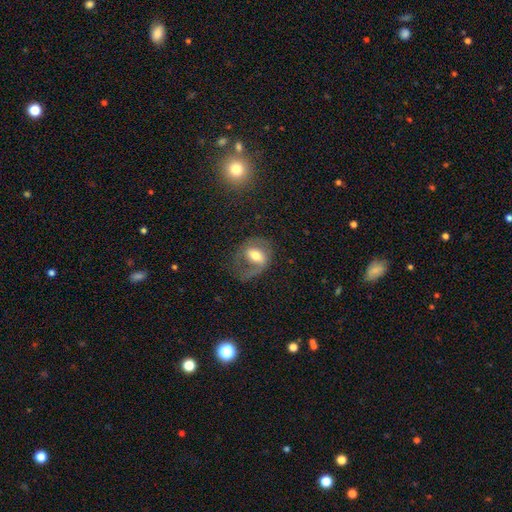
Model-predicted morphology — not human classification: The model was most divided on "bar": weak: 40%, strong: 35%, no: 25%. Remaining: edge-on disk — no (94%); spiral arms — yes (67%); bulge size — moderate (65%); smooth or featured — featured or disk (57%); merging — none (44%).